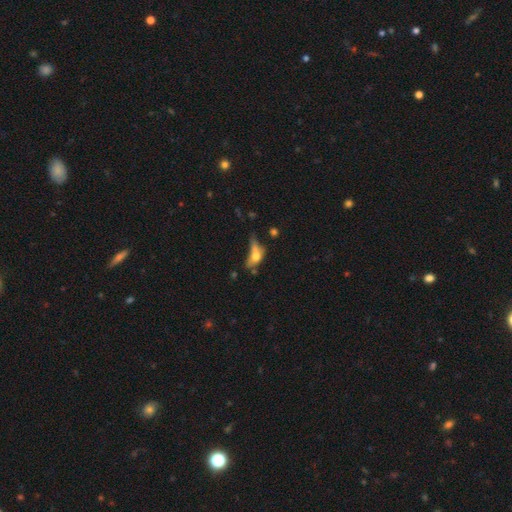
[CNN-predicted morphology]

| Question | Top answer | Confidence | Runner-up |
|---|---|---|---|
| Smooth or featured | smooth | 55% | featured or disk (32%) |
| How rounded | in between | 70% | cigar-shaped (18%) |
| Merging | major disturbance | 36% | none (24%) |